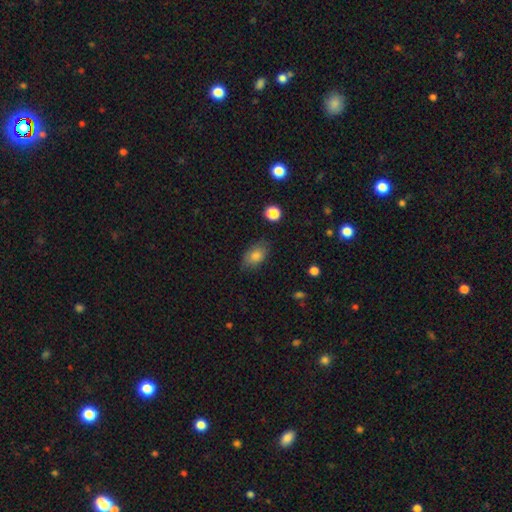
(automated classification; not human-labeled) smooth-or-featured: smooth: 81% | featured or disk: 10% | star or artifact: 9%
  how-rounded: in between: 87% | round: 11% | cigar-shaped: 2%
  merging: none: 79% | minor disturbance: 16% | major disturbance: 4% | merger: 1%